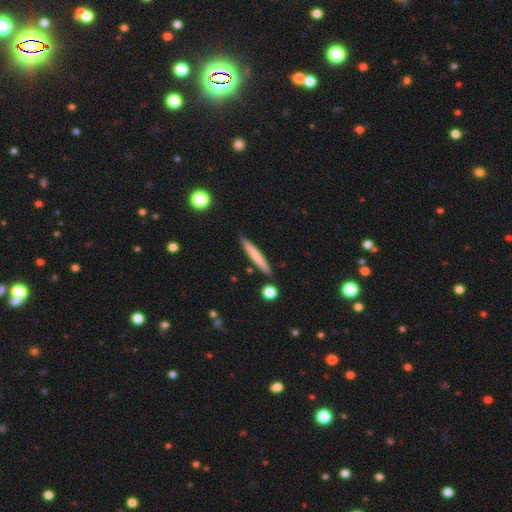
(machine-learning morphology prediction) smooth 69%, featured or disk 25%, star or artifact 6%. Down the decision tree: how rounded — cigar-shaped (96%); merging — none (88%).